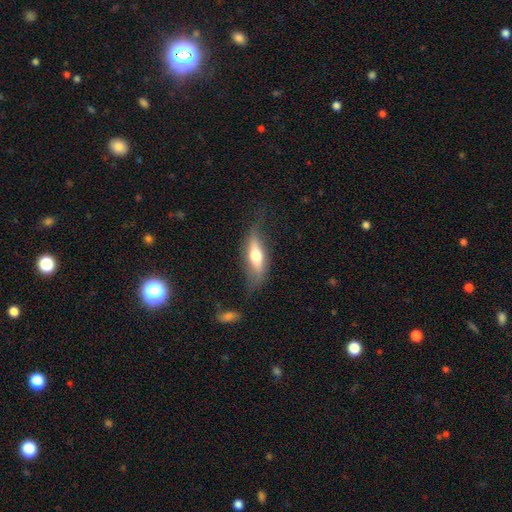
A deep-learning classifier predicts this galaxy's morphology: This is possibly a featured or disk galaxy (47%, tied with smooth). Merging: possibly none (55%).